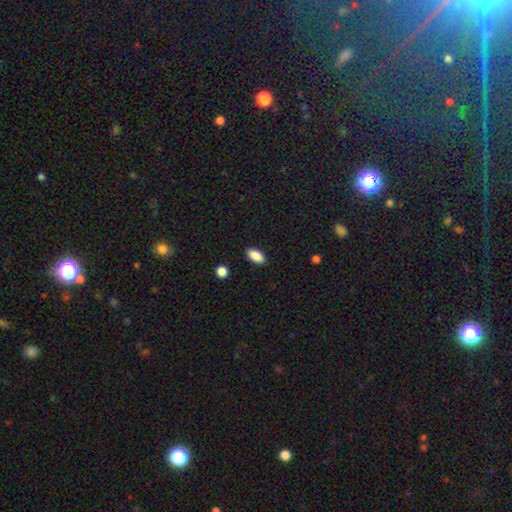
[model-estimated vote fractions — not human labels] Smooth or featured? smooth (89%)
How rounded? in between (92%)
Merging? none (89%)